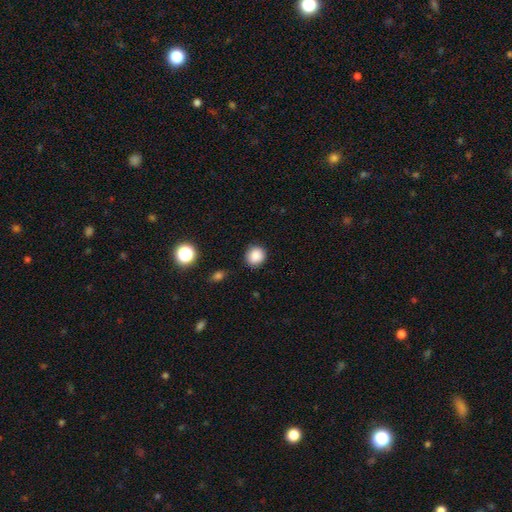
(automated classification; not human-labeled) Smooth or featured? smooth (87%)
How rounded? round (84%)
Merging? none (86%)